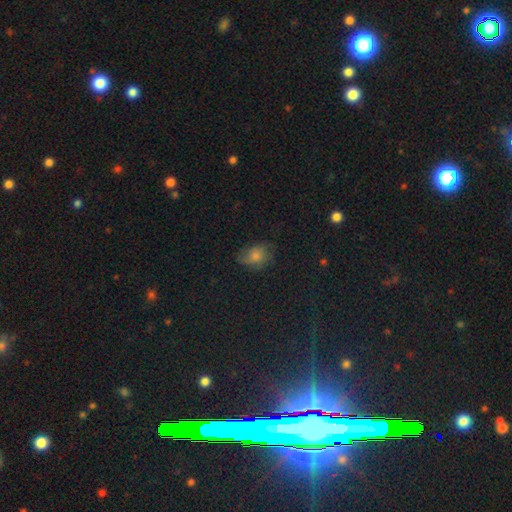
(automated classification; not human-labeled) Morphology: type=smooth (61%); roundness=in between (61%); merging=none (61%).